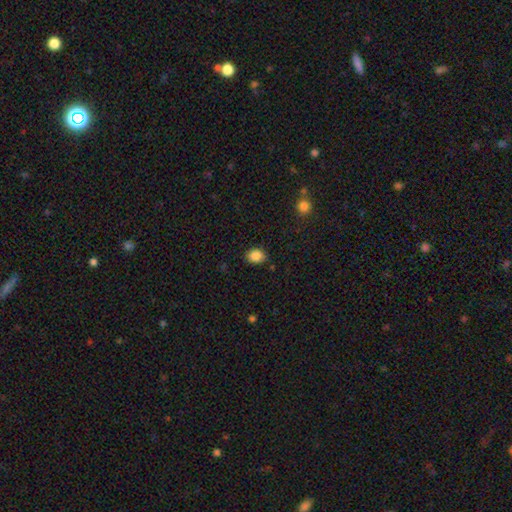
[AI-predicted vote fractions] The model was most divided on "how rounded": in between: 57%, round: 42%, cigar-shaped: 1%. More confident: smooth or featured — smooth (87%); merging — none (85%).